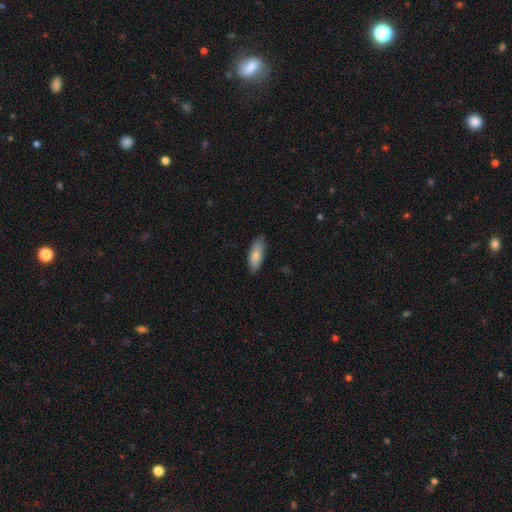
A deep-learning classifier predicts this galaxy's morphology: Q: Smooth or featured?
A: smooth (82%); runner-up: featured or disk (12%)
Q: How rounded?
A: in between (77%); runner-up: cigar-shaped (21%)
Q: Merging?
A: none (79%); runner-up: minor disturbance (17%)